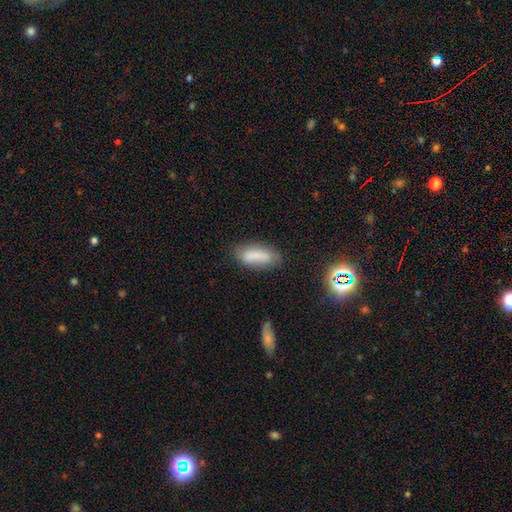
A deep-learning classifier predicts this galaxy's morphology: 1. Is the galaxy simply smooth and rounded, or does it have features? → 77% smooth, 13% featured or disk, 9% star or artifact.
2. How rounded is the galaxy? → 72% in between, 25% cigar-shaped, 3% round.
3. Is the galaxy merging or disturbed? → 65% none, 23% minor disturbance, 7% major disturbance, 5% merger.